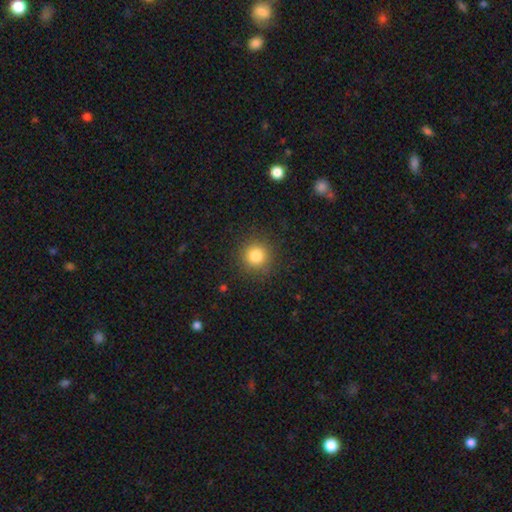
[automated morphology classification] Overall: smooth (82%). How rounded: round (94%). Merging: none (90%).